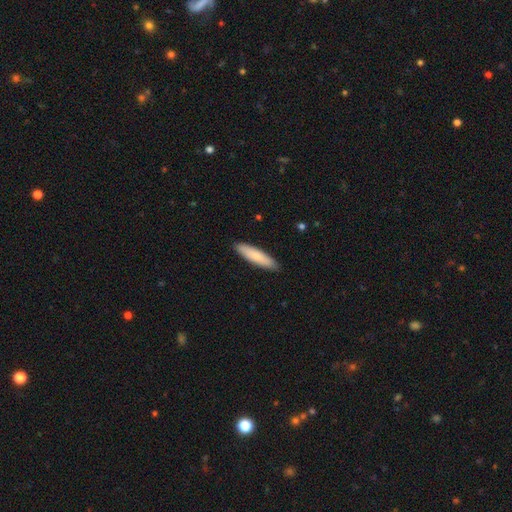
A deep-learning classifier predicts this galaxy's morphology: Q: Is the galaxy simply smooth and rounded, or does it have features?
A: smooth — 81%.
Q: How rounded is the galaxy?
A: cigar-shaped — 74%.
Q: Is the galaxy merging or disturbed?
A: none — 89%.